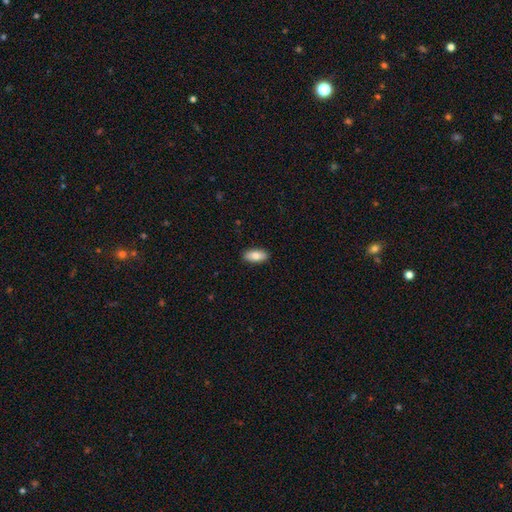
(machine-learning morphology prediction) A smooth galaxy with no disk features (83%) that is in between round and cigar-shaped (89%).

Vote fractions:
- Smooth or featured? smooth: 83% / featured or disk: 11% / star or artifact: 6%
- How rounded? in between: 89% / cigar-shaped: 9% / round: 2%
- Merging? none: 90% / minor disturbance: 7% / major disturbance: 2% / merger: 1%